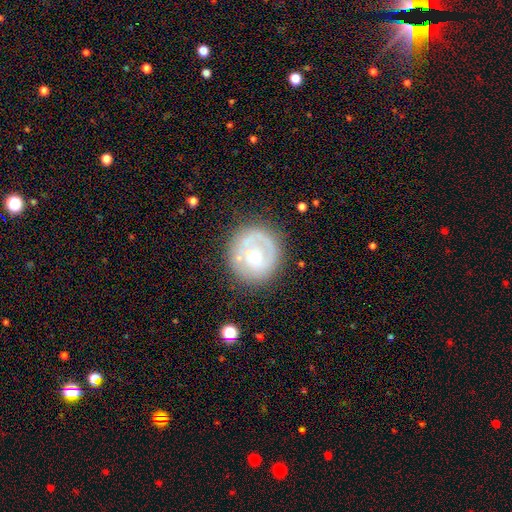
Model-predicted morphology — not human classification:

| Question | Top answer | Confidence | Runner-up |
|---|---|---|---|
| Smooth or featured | featured or disk | 52% | smooth (40%) |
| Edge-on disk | no | 98% | yes (2%) |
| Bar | no | 77% | weak (18%) |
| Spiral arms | no | 59% | yes (41%) |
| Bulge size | small | 42% | moderate (38%) |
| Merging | none | 68% | minor disturbance (17%) |